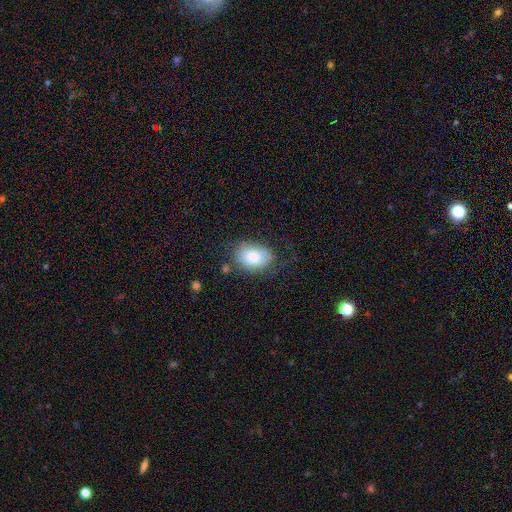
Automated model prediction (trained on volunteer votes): Overall: smooth (77%). How rounded: in between (80%). Merging: none (64%).